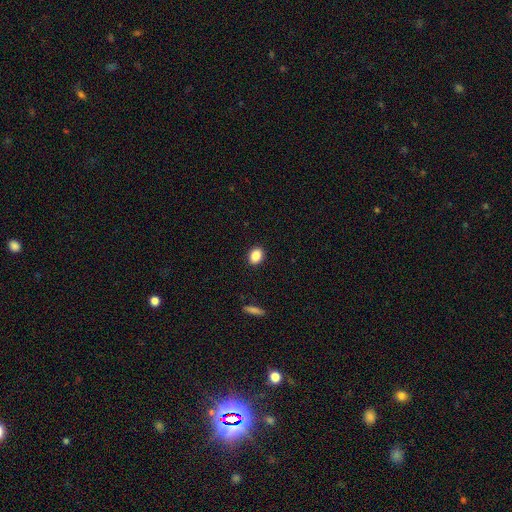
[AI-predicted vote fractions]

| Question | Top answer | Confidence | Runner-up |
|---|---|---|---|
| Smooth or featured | smooth | 87% | star or artifact (9%) |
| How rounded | in between | 64% | round (35%) |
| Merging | none | 91% | minor disturbance (6%) |